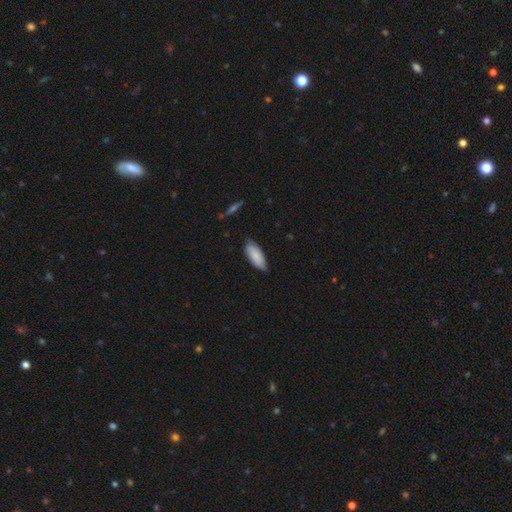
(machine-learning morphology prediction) Q: Smooth or featured?
A: smooth (79%); runner-up: featured or disk (15%)
Q: How rounded?
A: in between (83%); runner-up: cigar-shaped (15%)
Q: Merging?
A: none (66%); runner-up: minor disturbance (29%)